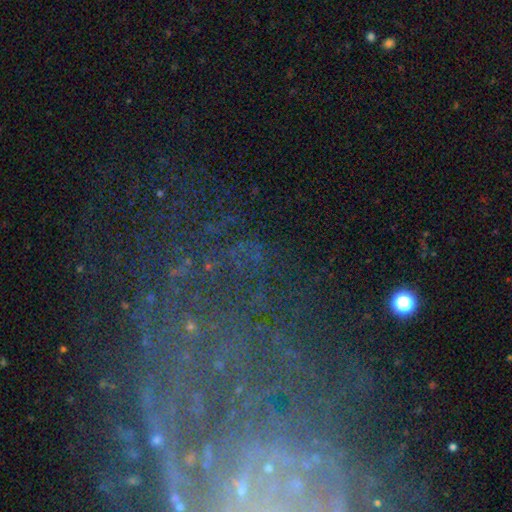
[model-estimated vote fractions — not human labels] Smooth or featured: star or artifact — 58% (featured or disk — 27%)